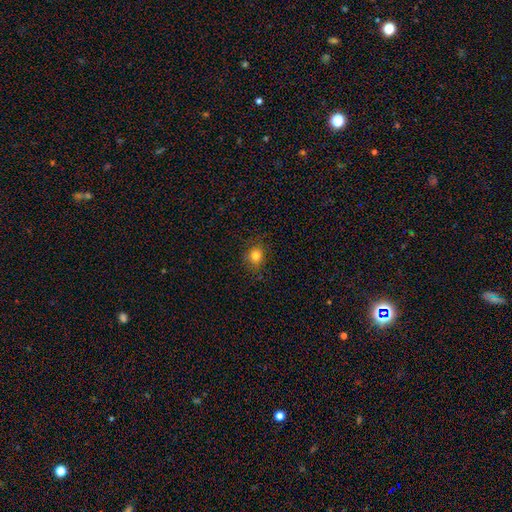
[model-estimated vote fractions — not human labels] smooth_or_featured: smooth (p=0.80) [alt: star or artifact p=0.13]
how_rounded: round (p=0.71) [alt: in between p=0.28]
merging: none (p=0.83) [alt: minor disturbance p=0.12]